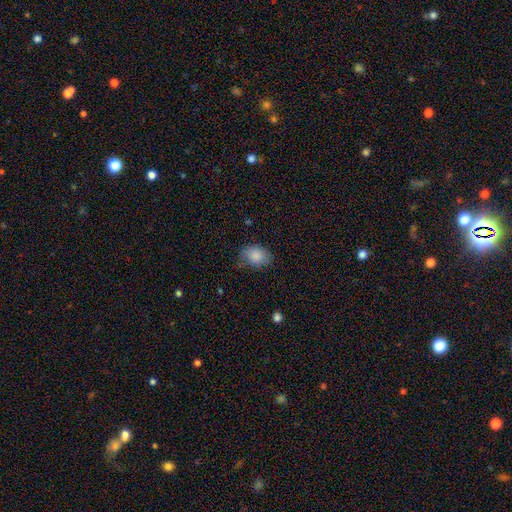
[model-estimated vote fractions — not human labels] A smooth galaxy with no disk features (86%) that is in between round and cigar-shaped (72%).

Vote fractions:
- Smooth or featured? smooth: 86% / star or artifact: 7% / featured or disk: 6%
- How rounded? in between: 72% / round: 27% / cigar-shaped: 1%
- Merging? none: 68% / minor disturbance: 24% / major disturbance: 6% / merger: 2%